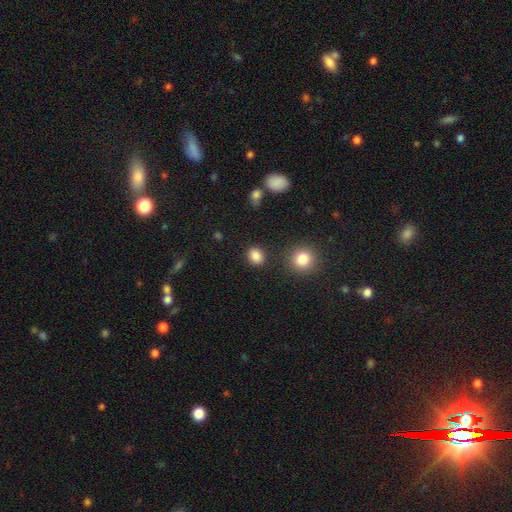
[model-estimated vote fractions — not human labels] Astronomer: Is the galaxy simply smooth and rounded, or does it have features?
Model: smooth — 86%.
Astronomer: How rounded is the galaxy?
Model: round — 62% (runner-up: in between, 37%).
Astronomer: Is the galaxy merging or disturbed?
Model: none — 86%.